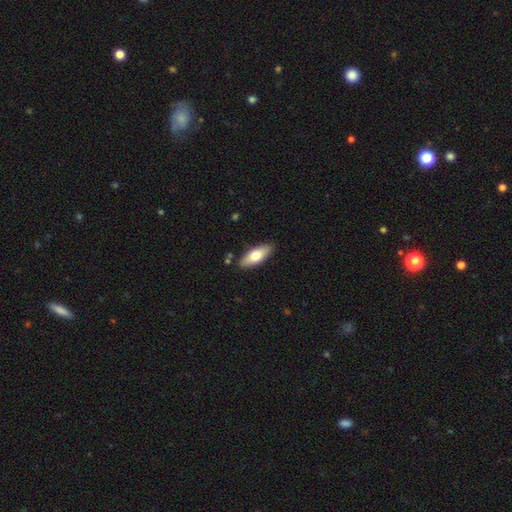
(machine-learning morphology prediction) The model was most divided on "smooth or featured": smooth: 69%, featured or disk: 25%, star or artifact: 6%. More confident: merging — none (87%); how rounded — in between (75%).